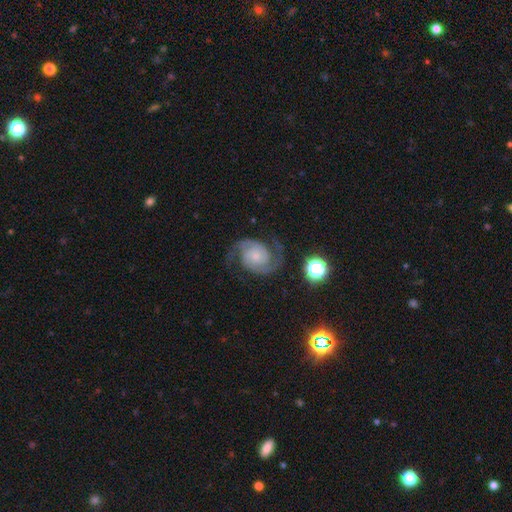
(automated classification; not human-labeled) This is clearly a featured or disk galaxy (90%). It is clearly not viewed edge-on (98%). Bar: likely no (72%). Spiral arm pattern: clearly yes (98%). Spiral arm count: clearly 2 (94%). Spiral winding: possibly medium (53%). Central bulge: possibly small (59%). Merging: likely none (78%).